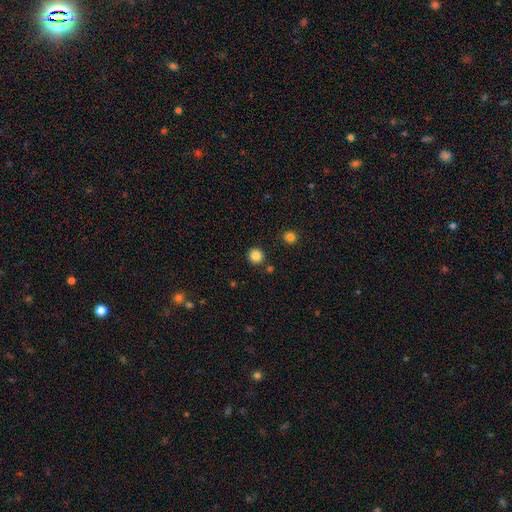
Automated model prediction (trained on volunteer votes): This is clearly a smooth galaxy (86%). How rounded: clearly round (95%). Merging: clearly none (89%).